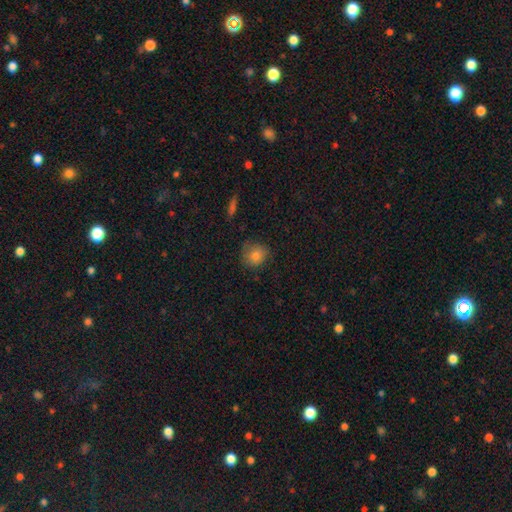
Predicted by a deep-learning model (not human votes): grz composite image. It shows a smooth galaxy with no disk features (80%) that is round (84%). Merging: none (75%).